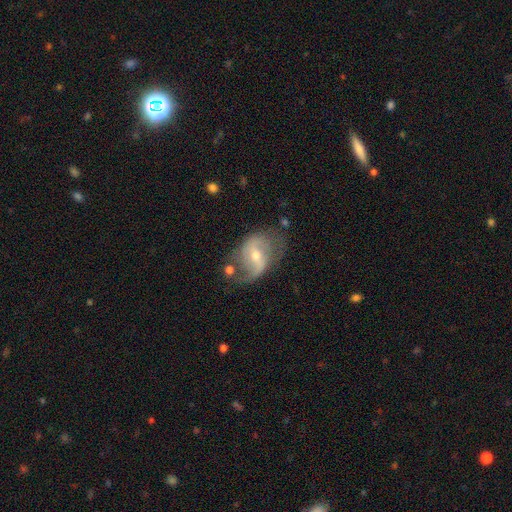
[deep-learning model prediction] Overall: featured or disk (80%). Edge-on disk: no (97%). Bar: weak (48%; strong 31%). Spiral arms: yes (89%). Spiral arm count: 2 (83%). Spiral winding: loose (50%; medium 38%). Bulge size: moderate (52%; small 44%). Merging: none (57%; minor disturbance 24%).